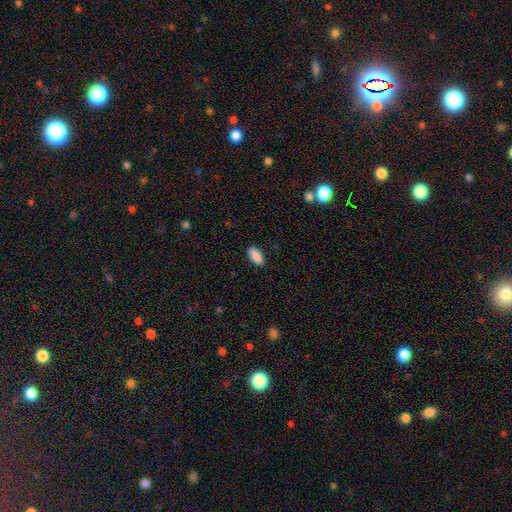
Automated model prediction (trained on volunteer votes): smooth-or-featured: smooth: 90% | star or artifact: 7% | featured or disk: 4%
  how-rounded: in between: 87% | cigar-shaped: 11% | round: 2%
  merging: none: 88% | minor disturbance: 9% | major disturbance: 2% | merger: 1%